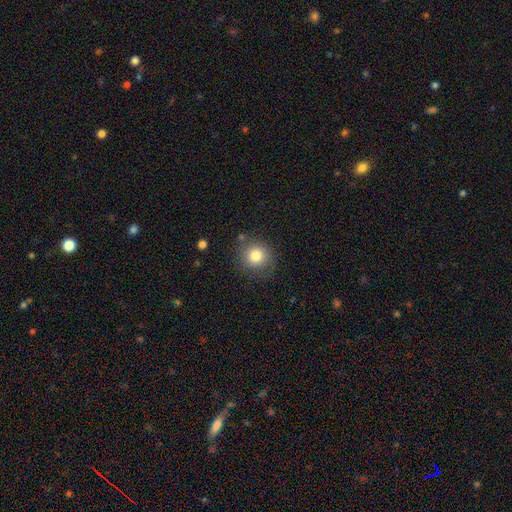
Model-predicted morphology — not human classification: Overall: smooth (80%). How rounded: round (89%). Merging: none (81%).